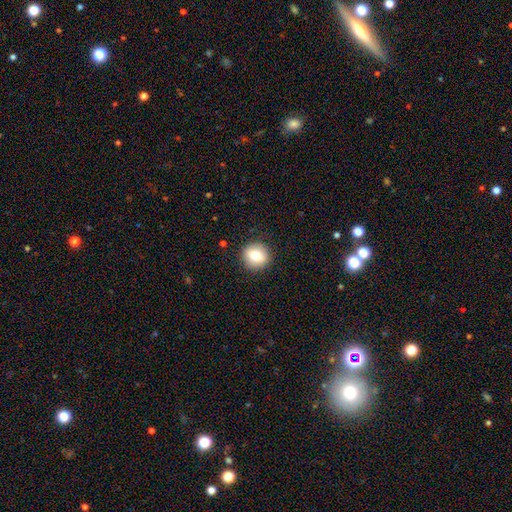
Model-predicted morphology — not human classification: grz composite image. It shows a smooth galaxy with no disk features (75%) that is round (87%). Merging: none (90%).